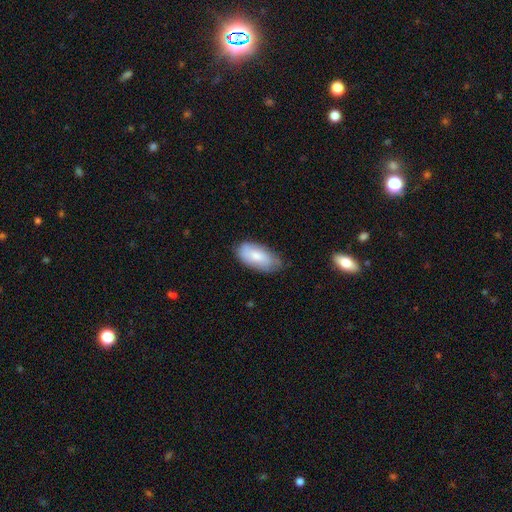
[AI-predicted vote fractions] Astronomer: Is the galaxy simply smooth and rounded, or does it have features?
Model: smooth — 75%.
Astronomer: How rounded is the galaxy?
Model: in between — 92%.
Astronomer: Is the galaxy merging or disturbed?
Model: none — 67%.